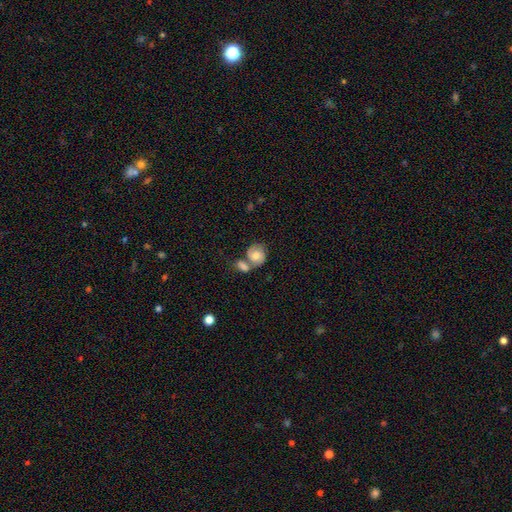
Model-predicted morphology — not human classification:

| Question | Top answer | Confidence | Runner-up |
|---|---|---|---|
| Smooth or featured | smooth | 48% | featured or disk (45%) |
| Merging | merger | 43% | none (36%) |